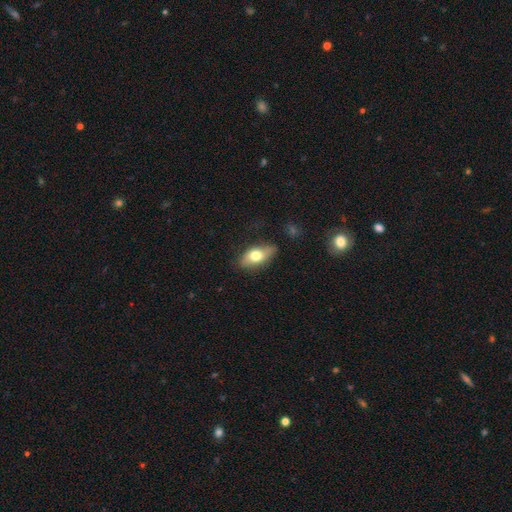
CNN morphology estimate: Smooth or featured: smooth — 68% (featured or disk — 25%)
How rounded: in between — 87% (cigar-shaped — 7%)
Merging: none — 73% (minor disturbance — 20%)